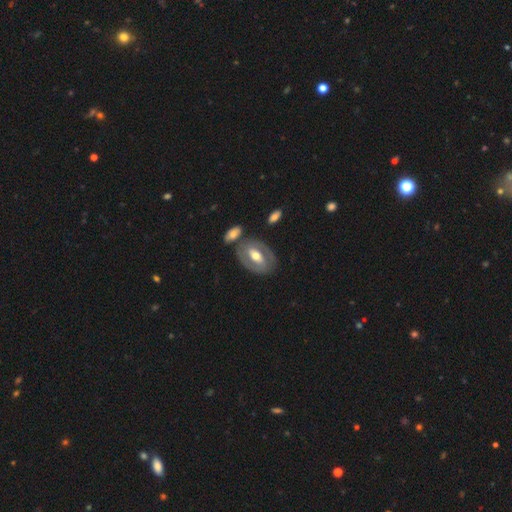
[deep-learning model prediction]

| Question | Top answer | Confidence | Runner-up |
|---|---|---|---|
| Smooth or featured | featured or disk | 65% | smooth (30%) |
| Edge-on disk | no | 92% | yes (8%) |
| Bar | weak | 35% | strong (32%) |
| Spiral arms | no | 55% | yes (45%) |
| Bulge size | moderate | 71% | small (14%) |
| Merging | none | 71% | minor disturbance (14%) |